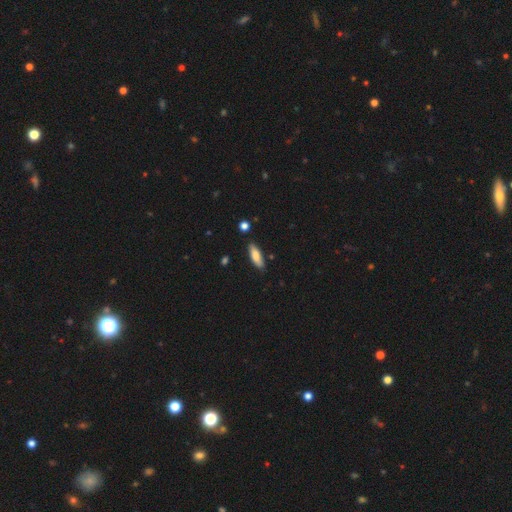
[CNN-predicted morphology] A smooth galaxy with no disk features (79%) that is in between round and cigar-shaped (53%).

Vote fractions:
- Smooth or featured? smooth: 79% / featured or disk: 15% / star or artifact: 6%
- How rounded? in between: 53% / cigar-shaped: 45% / round: 2%
- Merging? none: 83% / minor disturbance: 13% / merger: 2% / major disturbance: 2%